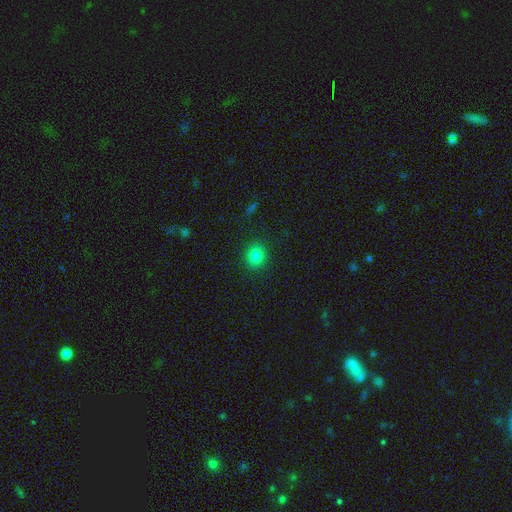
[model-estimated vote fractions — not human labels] The model was most divided on "how rounded": round: 81%, in between: 19%, cigar-shaped: 1%. More confident: merging — none (90%); smooth or featured — smooth (84%).